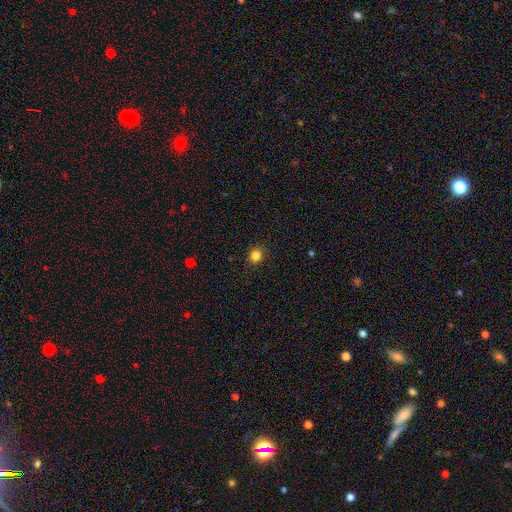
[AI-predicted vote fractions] This appears to be a smooth galaxy with no disk features (83%) that is round (88%). Merging: none (89%).